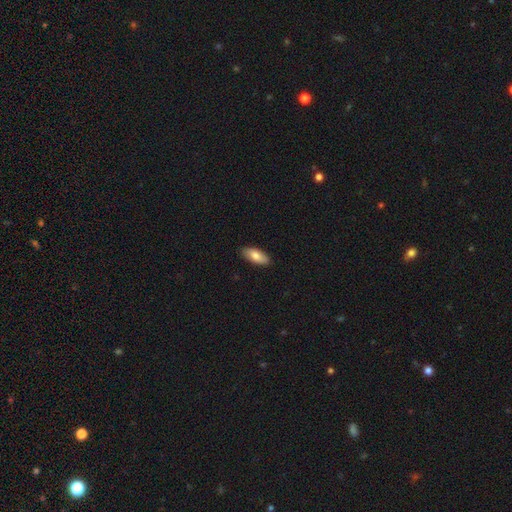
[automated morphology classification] smooth-or-featured: smooth: 80% | featured or disk: 14% | star or artifact: 6%
  how-rounded: in between: 84% | cigar-shaped: 14% | round: 2%
  merging: none: 89% | minor disturbance: 9% | major disturbance: 2% | merger: 1%